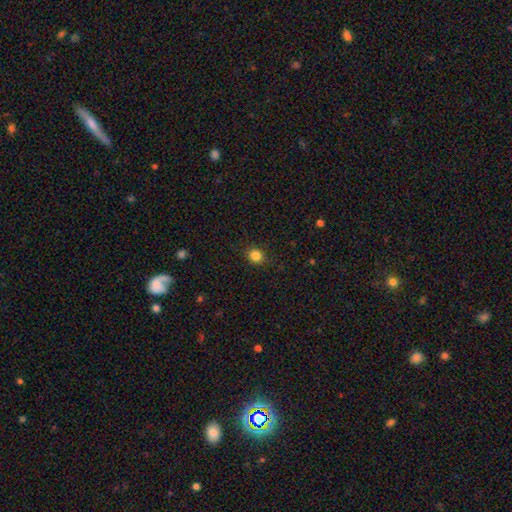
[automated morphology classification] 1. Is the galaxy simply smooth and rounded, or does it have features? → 84% smooth, 11% star or artifact, 4% featured or disk.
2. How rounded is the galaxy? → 78% round, 21% in between, 1% cigar-shaped.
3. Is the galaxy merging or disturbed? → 90% none, 7% minor disturbance, 2% major disturbance, 1% merger.